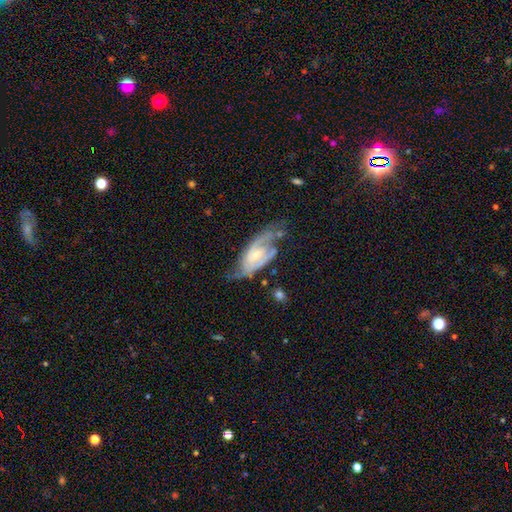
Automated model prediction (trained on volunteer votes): Overall: featured or disk (82%). Edge-on disk: no (94%). Bar: no (45%; weak 43%). Spiral arms: yes (92%). Spiral arm count: 2 (70%). Spiral winding: medium (47%; tight 35%). Bulge size: small (57%; moderate 34%). Merging: none (48%; minor disturbance 27%).